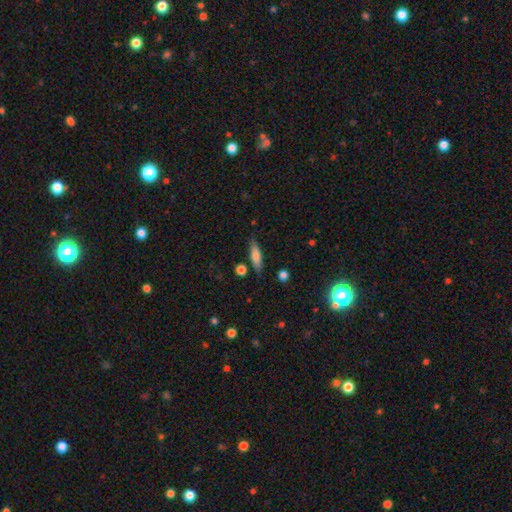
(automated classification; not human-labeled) A smooth galaxy with no disk features (67%) that is cigar-shaped (70%).

Vote fractions:
- Smooth or featured? smooth: 67% / featured or disk: 26% / star or artifact: 7%
- How rounded? cigar-shaped: 70% / in between: 28% / round: 2%
- Merging? none: 84% / minor disturbance: 10% / merger: 3% / major disturbance: 2%